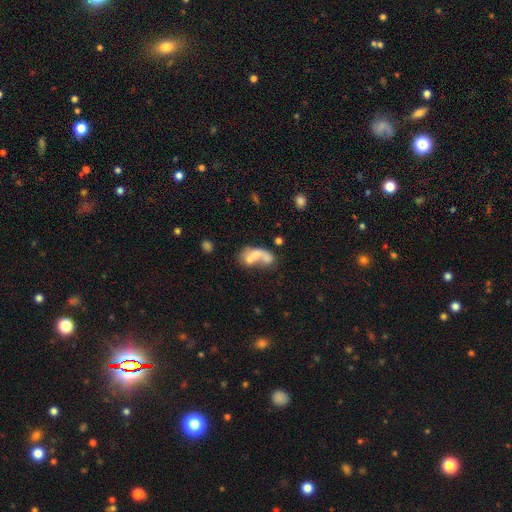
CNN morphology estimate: A smooth galaxy with no disk features (53%) that is in between round and cigar-shaped (82%).

Vote fractions:
- Smooth or featured? smooth: 53% / featured or disk: 37% / star or artifact: 10%
- How rounded? in between: 82% / round: 13% / cigar-shaped: 5%
- Merging? merger: 61% / none: 15% / major disturbance: 15% / minor disturbance: 9%